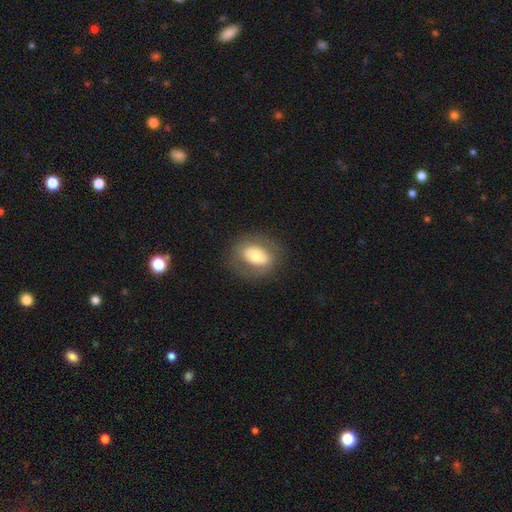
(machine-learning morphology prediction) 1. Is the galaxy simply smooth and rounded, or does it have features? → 60% smooth, 32% featured or disk, 8% star or artifact.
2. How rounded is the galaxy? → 68% in between, 30% round, 1% cigar-shaped.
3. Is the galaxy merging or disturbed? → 78% none, 13% minor disturbance, 7% major disturbance, 1% merger.